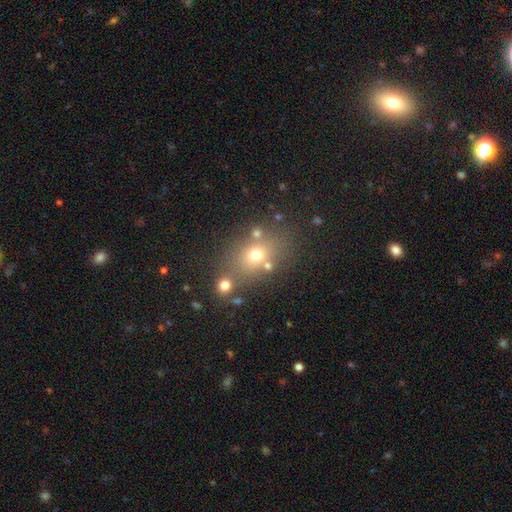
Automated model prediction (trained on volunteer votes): A smooth galaxy with no disk features (62%) that is in between round and cigar-shaped (56%).

Vote fractions:
- Smooth or featured? smooth: 62% / star or artifact: 20% / featured or disk: 18%
- How rounded? in between: 56% / round: 42% / cigar-shaped: 2%
- Merging? none: 68% / merger: 15% / minor disturbance: 12% / major disturbance: 6%